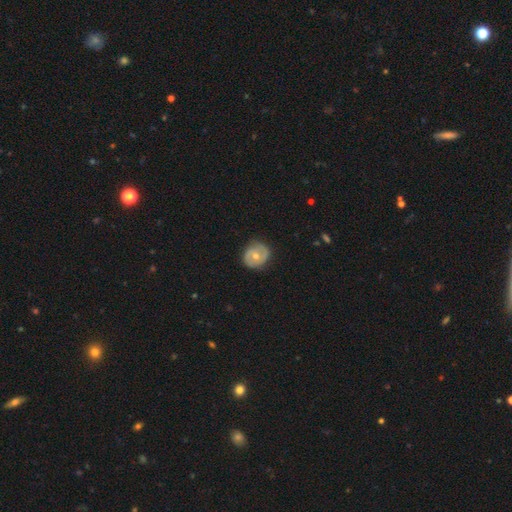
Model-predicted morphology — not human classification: type=featured or disk (55%); edge-on=no (96%); bar=no (65%); spiral arms=yes (60%); bulge=moderate (70%); merging=none (79%).